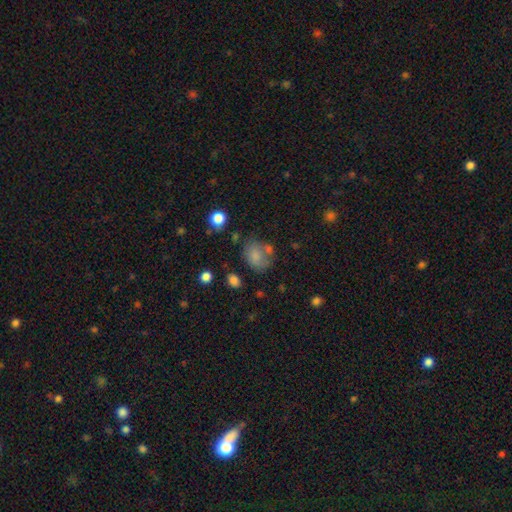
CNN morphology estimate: smooth_or_featured: smooth (p=0.74) [alt: featured or disk p=0.14]
how_rounded: in between (p=0.50) [alt: round p=0.49]
merging: none (p=0.51) [alt: minor disturbance p=0.22]